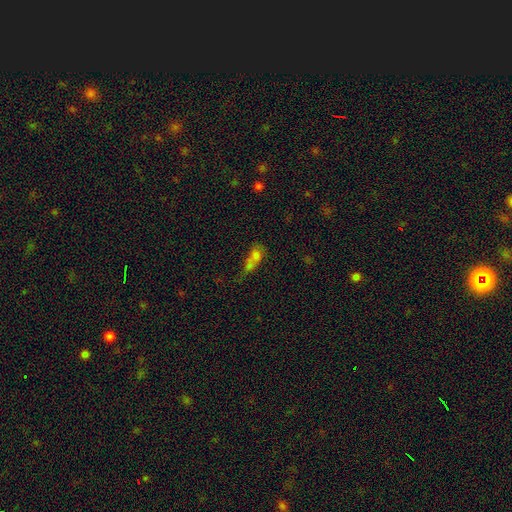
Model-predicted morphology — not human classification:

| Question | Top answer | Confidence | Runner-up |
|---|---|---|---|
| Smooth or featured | smooth | 63% | featured or disk (20%) |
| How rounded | in between | 70% | round (19%) |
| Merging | merger | 58% | none (18%) |